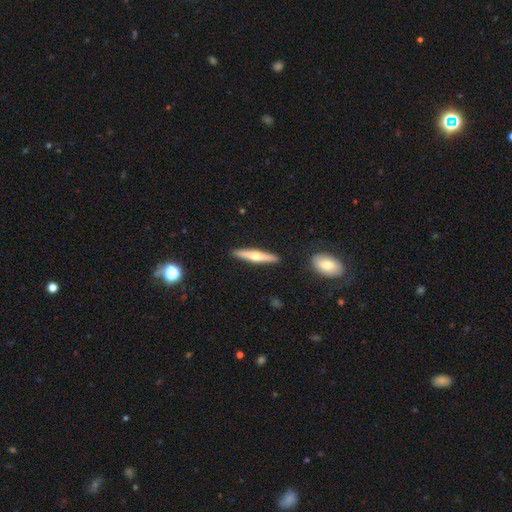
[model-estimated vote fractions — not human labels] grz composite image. It shows a featured or disk galaxy (56%) viewed edge-on (96%) with a rounded central bulge (91%). Merging: none (90%).